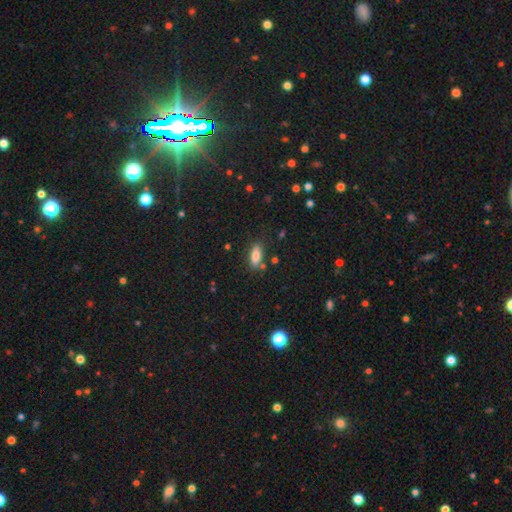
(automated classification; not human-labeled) This appears to be a smooth galaxy with no disk features (81%) that is in between round and cigar-shaped (73%). Merging: none (80%).